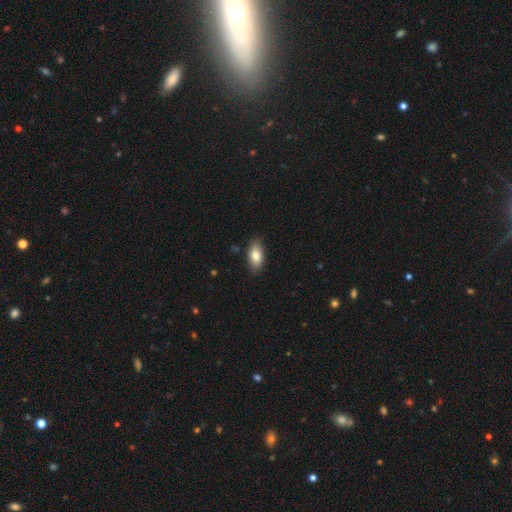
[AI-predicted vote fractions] Smooth or featured?
  - smooth: 81% *
  - featured or disk: 12%
  - star or artifact: 7%
How rounded?
  - in between: 90% *
  - cigar-shaped: 7%
  - round: 3%
Merging?
  - none: 86% *
  - minor disturbance: 11%
  - major disturbance: 2%
  - merger: 1%